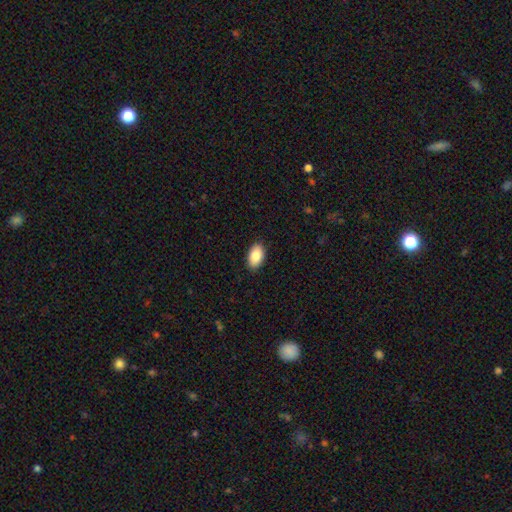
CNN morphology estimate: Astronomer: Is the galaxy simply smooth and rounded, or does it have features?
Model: smooth — 87%.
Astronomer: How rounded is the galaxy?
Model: in between — 94%.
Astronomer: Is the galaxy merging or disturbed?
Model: none — 90%.